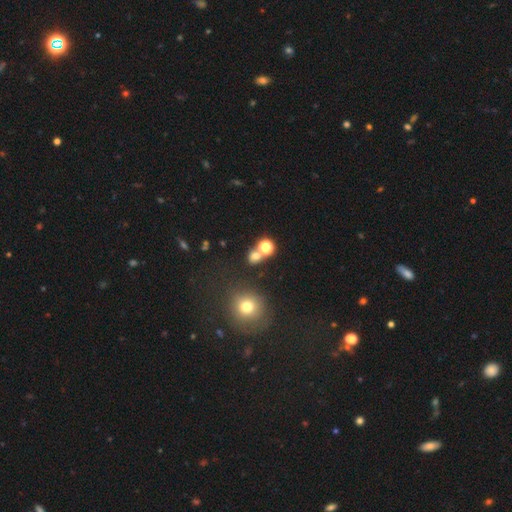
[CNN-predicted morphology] smooth 67%, star or artifact 22%, featured or disk 10%. Down the decision tree: how rounded — round (70%); merging — none (53%).